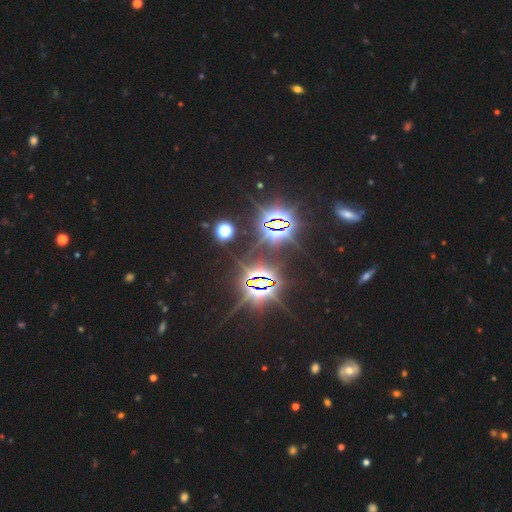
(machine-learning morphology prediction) Q: Smooth or featured?
A: star or artifact (84%); runner-up: smooth (10%)